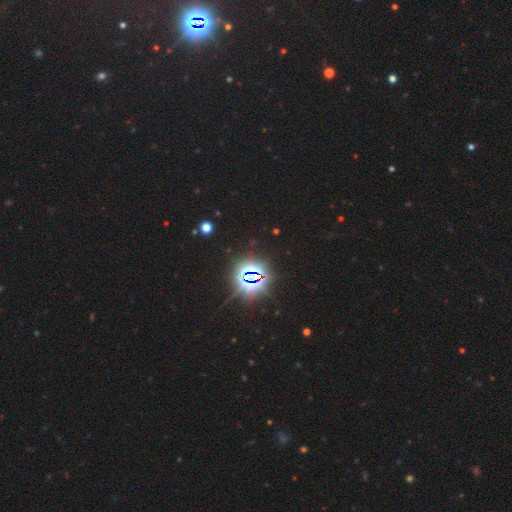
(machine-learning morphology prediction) This is clearly a star or artifact rather than a galaxy (83%).